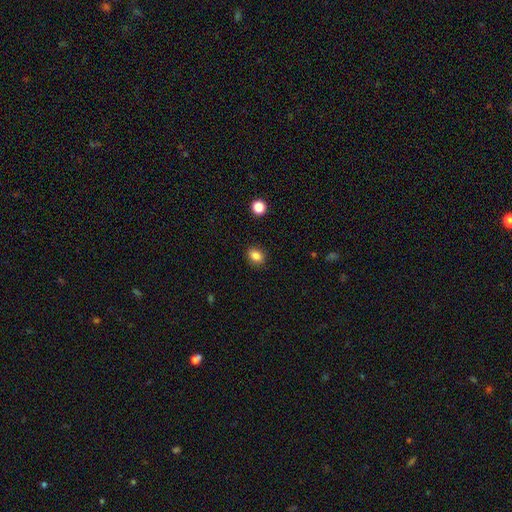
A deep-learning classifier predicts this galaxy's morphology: This appears to be a smooth galaxy with no disk features (85%) that is in between round and cigar-shaped (56%). Merging: none (89%).